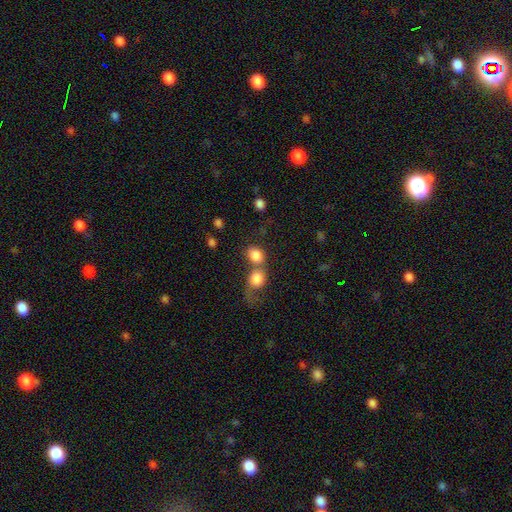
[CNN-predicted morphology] smooth 83%, star or artifact 9%, featured or disk 8%. Down the decision tree: how rounded — round (56%); merging — merger (57%).